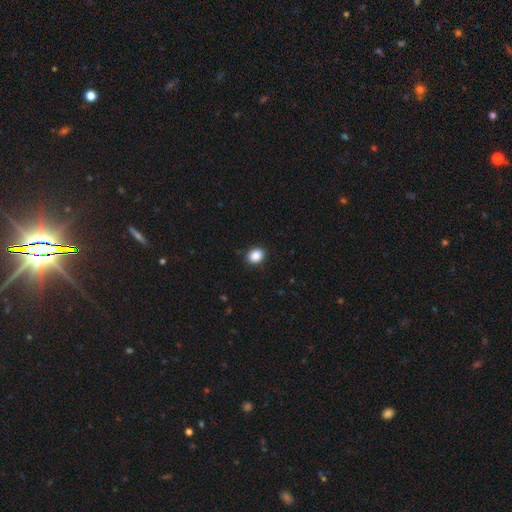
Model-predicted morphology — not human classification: Overall: smooth (89%). How rounded: round (51%; in between 48%). Merging: none (90%).